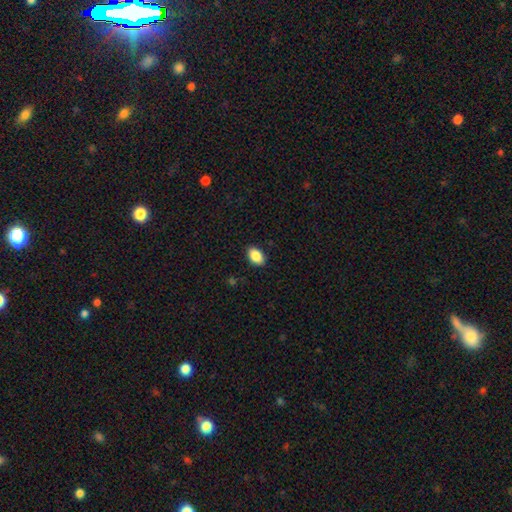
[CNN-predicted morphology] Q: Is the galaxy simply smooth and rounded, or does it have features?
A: smooth — 88%.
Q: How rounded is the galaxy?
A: in between — 91%.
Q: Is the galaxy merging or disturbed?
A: none — 89%.